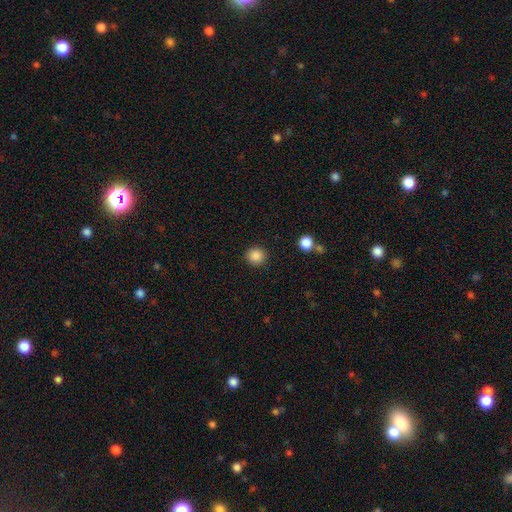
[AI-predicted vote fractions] Morphology: type=smooth (87%); roundness=round (89%); merging=none (90%).